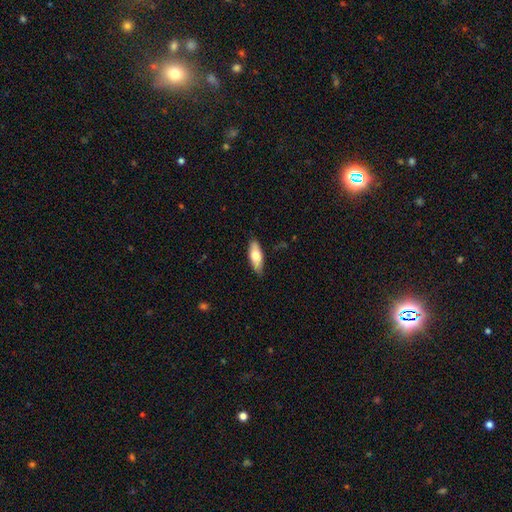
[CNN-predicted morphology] smooth_or_featured: smooth (p=0.68) [alt: featured or disk p=0.26]
how_rounded: in between (p=0.68) [alt: cigar-shaped p=0.29]
merging: none (p=0.85) [alt: minor disturbance p=0.12]